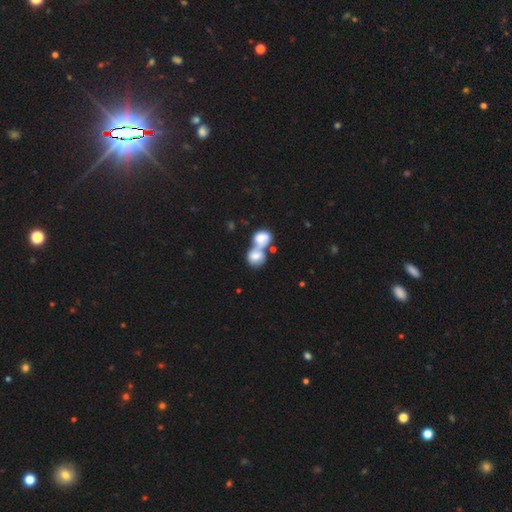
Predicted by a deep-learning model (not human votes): This is likely a smooth galaxy (72%). How rounded: possibly in between (50%). Merging: likely merger (79%).